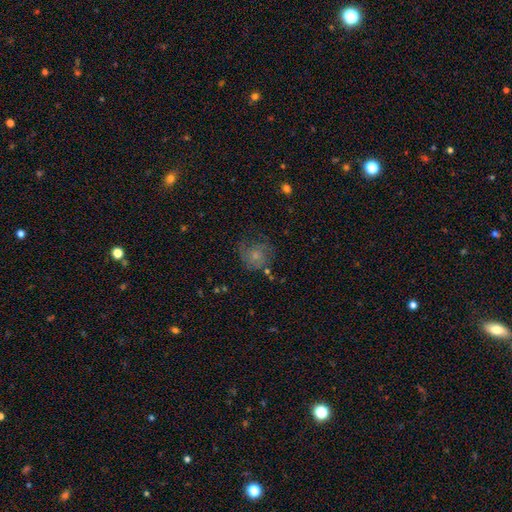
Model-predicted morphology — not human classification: Smooth or featured? smooth (52%)
How rounded? round (78%)
Merging? none (52%)